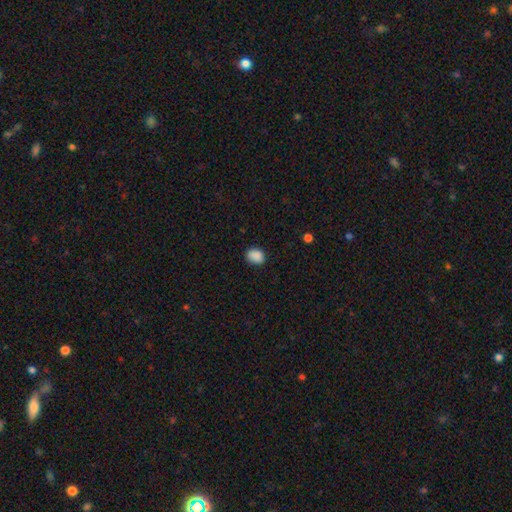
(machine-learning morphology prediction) This appears to be a smooth galaxy with no disk features (88%) that is in between round and cigar-shaped (57%). Merging: none (80%).